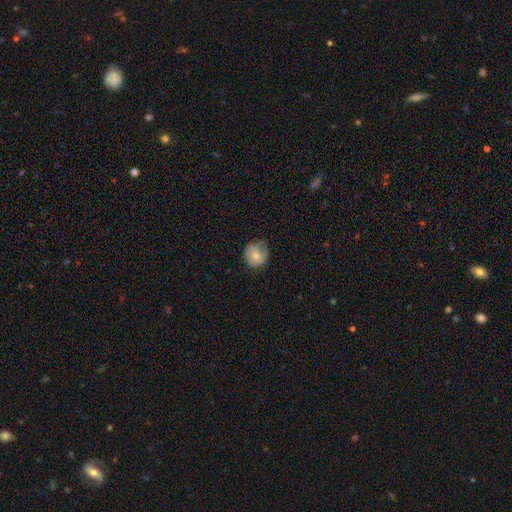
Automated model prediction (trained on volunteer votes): Smooth or featured: smooth — 68% (featured or disk — 24%)
How rounded: round — 83% (in between — 16%)
Merging: none — 57% (minor disturbance — 31%)